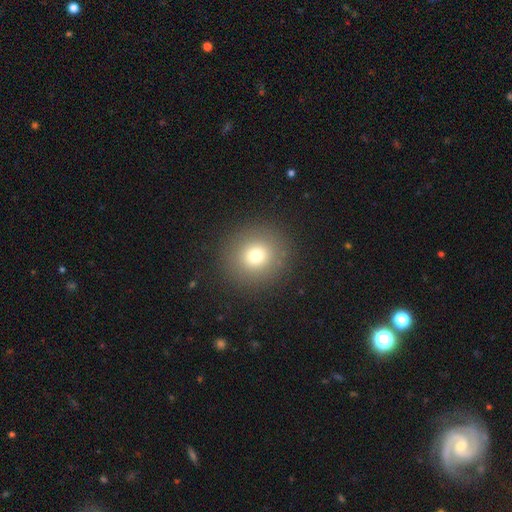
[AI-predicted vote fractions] smooth-or-featured: smooth: 75% | star or artifact: 14% | featured or disk: 11%
  how-rounded: round: 91% | in between: 8% | cigar-shaped: 1%
  merging: none: 90% | minor disturbance: 6% | major disturbance: 3% | merger: 1%